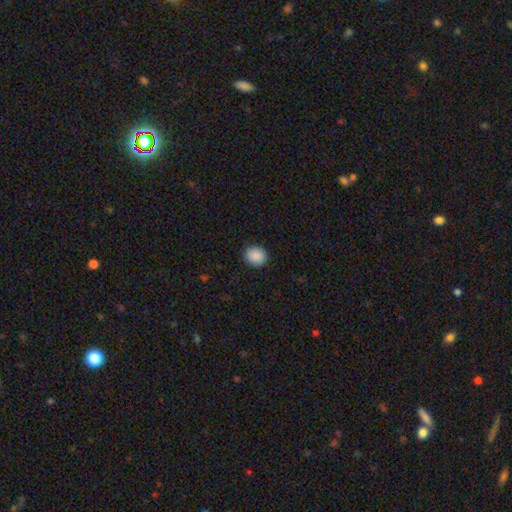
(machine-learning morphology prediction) smooth-or-featured: smooth: 90% | star or artifact: 8% | featured or disk: 2%
  how-rounded: round: 75% | in between: 24% | cigar-shaped: 1%
  merging: none: 90% | minor disturbance: 7% | major disturbance: 2% | merger: 1%